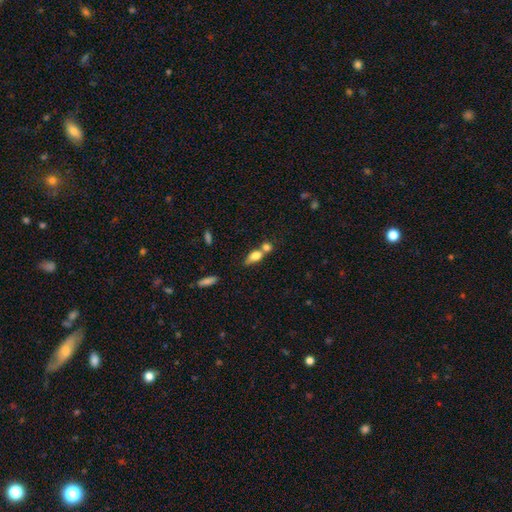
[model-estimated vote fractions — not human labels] Smooth or featured?
  - smooth: 72% *
  - featured or disk: 20%
  - star or artifact: 9%
How rounded?
  - in between: 63% *
  - round: 20%
  - cigar-shaped: 17%
Merging?
  - merger: 54% *
  - none: 31%
  - minor disturbance: 10%
  - major disturbance: 5%